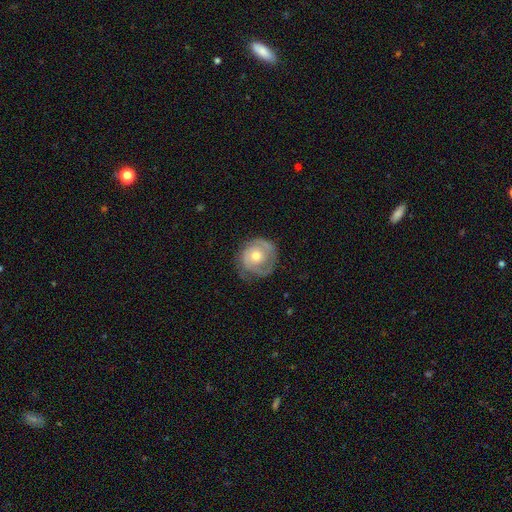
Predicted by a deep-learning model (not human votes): Smooth or featured? featured or disk (72%)
Edge-on disk? no (97%)
Bar? no (80%)
Spiral arms? yes (86%)
Spiral winding? tight (65%)
Spiral arm count? 2 (42%)
Bulge size? moderate (70%)
Merging? none (68%)